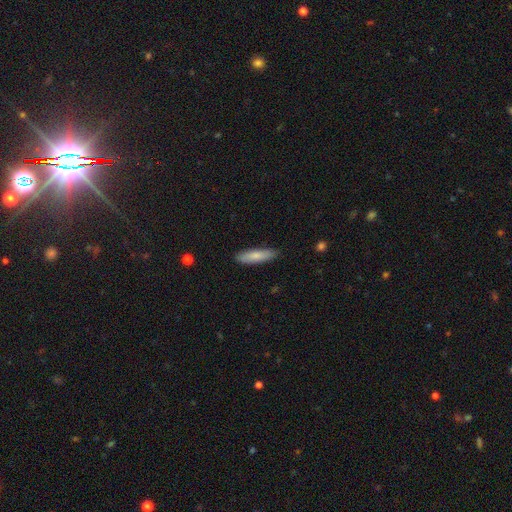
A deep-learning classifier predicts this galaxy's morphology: The model was most divided on "how rounded": cigar-shaped: 70%, in between: 28%, round: 2%. More confident: merging — none (87%); smooth or featured — smooth (80%).